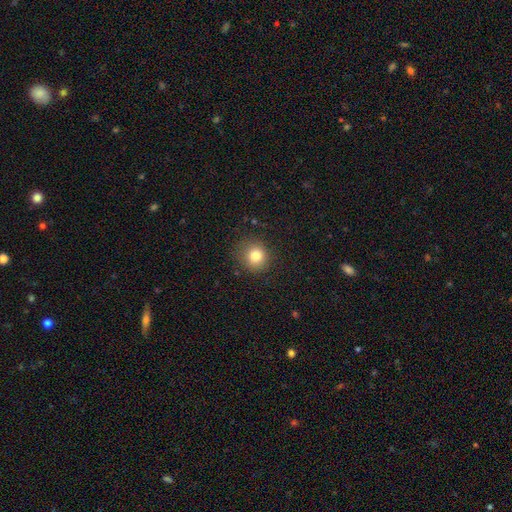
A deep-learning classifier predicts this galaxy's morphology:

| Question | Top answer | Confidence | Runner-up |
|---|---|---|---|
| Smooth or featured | smooth | 81% | star or artifact (12%) |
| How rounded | round | 87% | in between (12%) |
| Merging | none | 82% | minor disturbance (13%) |